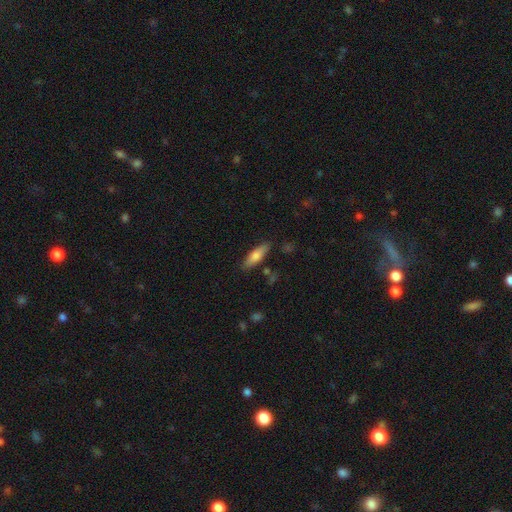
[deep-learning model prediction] Morphology: type=smooth (72%); roundness=cigar-shaped (51%); merging=none (83%).